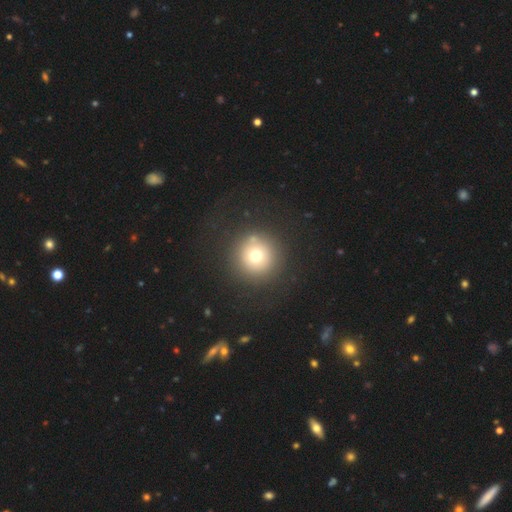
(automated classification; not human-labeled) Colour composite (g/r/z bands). It shows a smooth galaxy with no disk features (70%) that is round (96%). Merging: none (85%).